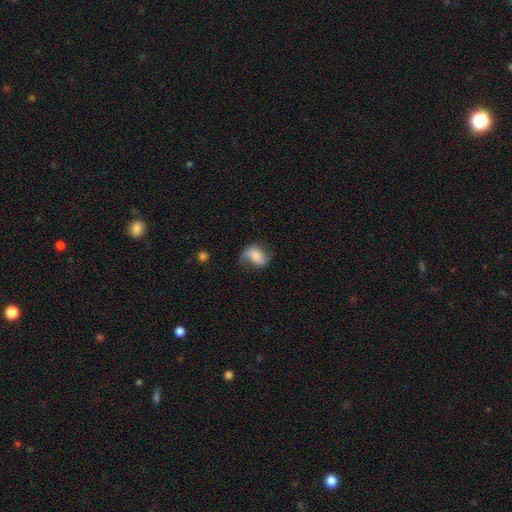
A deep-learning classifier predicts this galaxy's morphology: smooth_or_featured: featured or disk (p=0.49) [alt: smooth p=0.43]
merging: none (p=0.51) [alt: minor disturbance p=0.29]